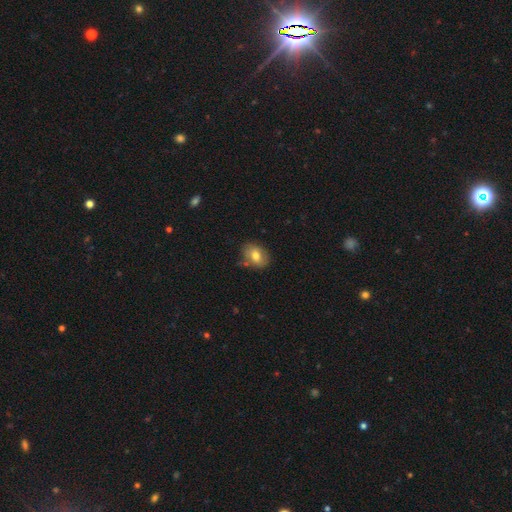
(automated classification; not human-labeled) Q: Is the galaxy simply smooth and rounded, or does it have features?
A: smooth — 72%.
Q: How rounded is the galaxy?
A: in between — 61%.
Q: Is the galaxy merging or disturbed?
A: none — 74%.